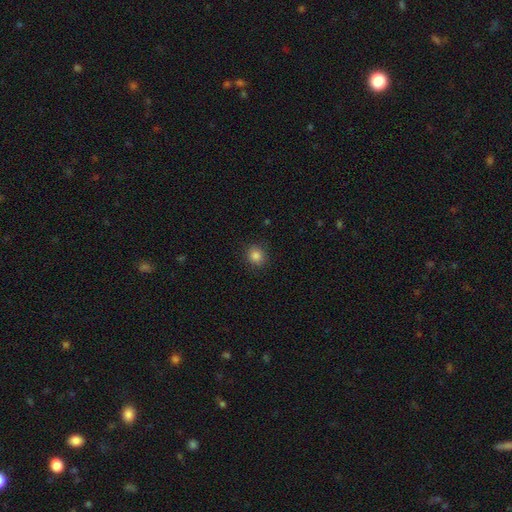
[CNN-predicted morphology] smooth 85%, star or artifact 11%, featured or disk 4%. Down the decision tree: how rounded — round (84%); merging — none (90%).